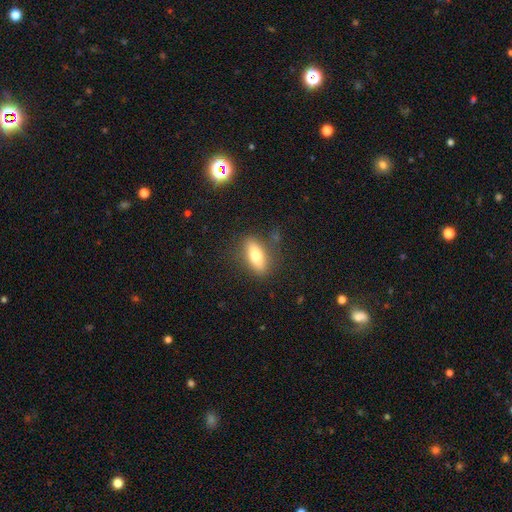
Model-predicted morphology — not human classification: Smooth or featured? smooth (69%)
How rounded? in between (63%)
Merging? none (82%)